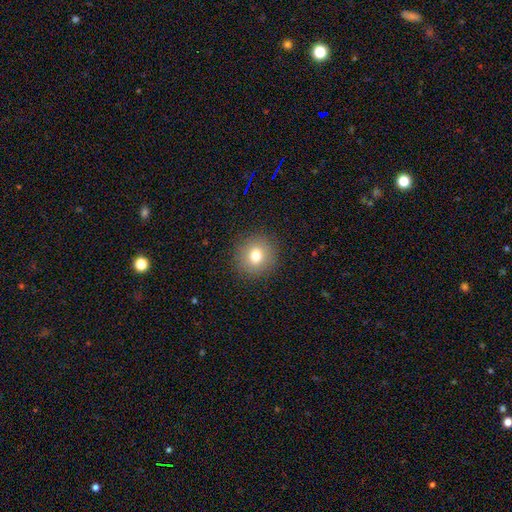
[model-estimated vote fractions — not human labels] Overall: smooth (77%). How rounded: round (92%). Merging: none (91%).